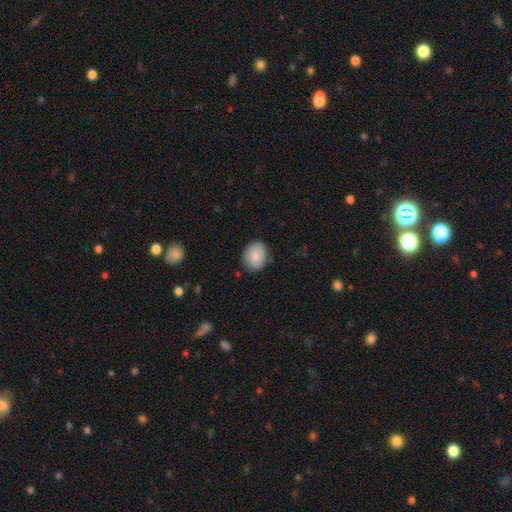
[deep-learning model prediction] Overall: smooth (87%). How rounded: round (52%; in between 47%). Merging: none (82%).